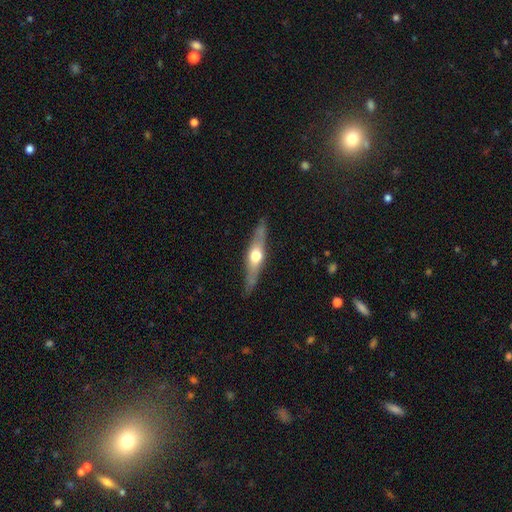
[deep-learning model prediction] Q: Smooth or featured?
A: featured or disk (73%); runner-up: smooth (22%)
Q: Edge-on disk?
A: yes (95%); runner-up: no (5%)
Q: Edge-on bulge?
A: rounded (93%); runner-up: boxy (4%)
Q: Merging?
A: none (88%); runner-up: minor disturbance (9%)